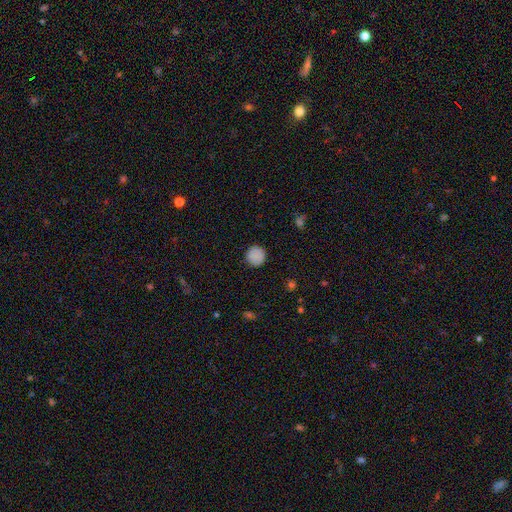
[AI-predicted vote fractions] The model was most divided on "smooth or featured": smooth: 87%, star or artifact: 9%, featured or disk: 4%. More confident: how rounded — round (93%); merging — none (90%).